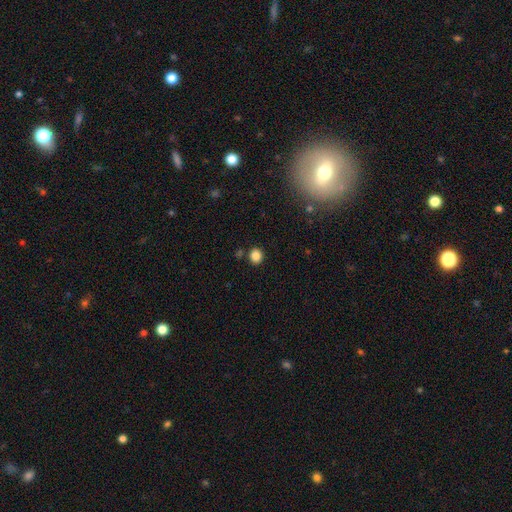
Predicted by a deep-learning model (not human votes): Overall: smooth (85%). How rounded: round (76%). Merging: none (85%).